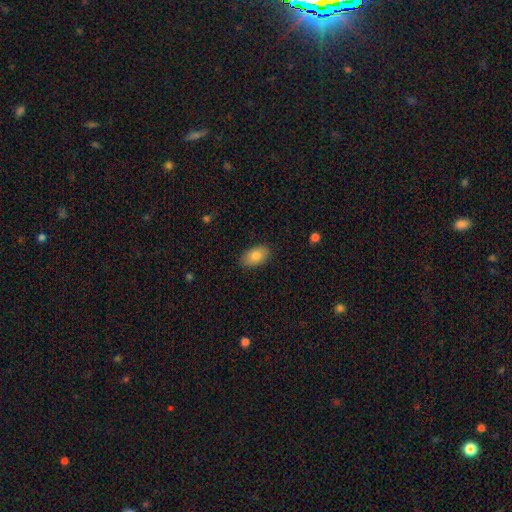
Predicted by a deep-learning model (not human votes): Smooth or featured: smooth — 84% (featured or disk — 9%)
How rounded: in between — 93% (round — 6%)
Merging: none — 86% (minor disturbance — 10%)